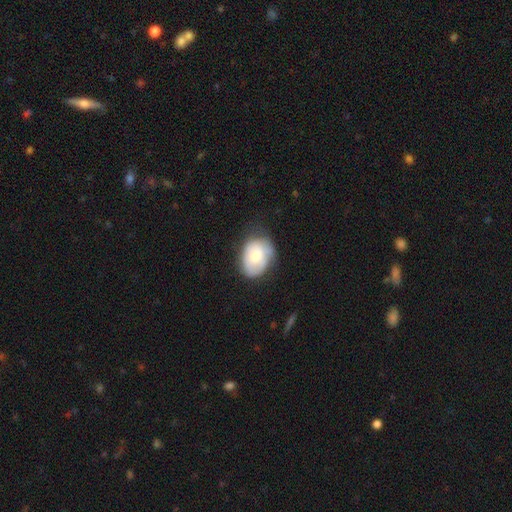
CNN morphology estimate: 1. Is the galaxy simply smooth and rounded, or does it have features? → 67% smooth, 26% featured or disk, 7% star or artifact.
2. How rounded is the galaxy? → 64% in between, 35% round, 1% cigar-shaped.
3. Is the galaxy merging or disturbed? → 55% none, 32% minor disturbance, 11% major disturbance, 2% merger.